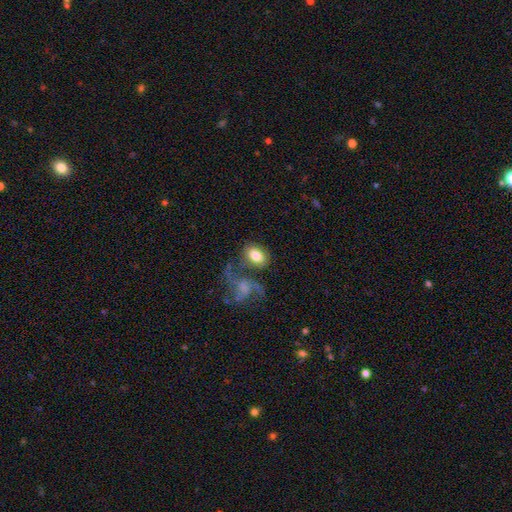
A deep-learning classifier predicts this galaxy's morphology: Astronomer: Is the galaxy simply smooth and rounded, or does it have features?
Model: smooth — 77%.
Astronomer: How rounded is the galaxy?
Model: in between — 80%.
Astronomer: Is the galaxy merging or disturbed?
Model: none — 52%.